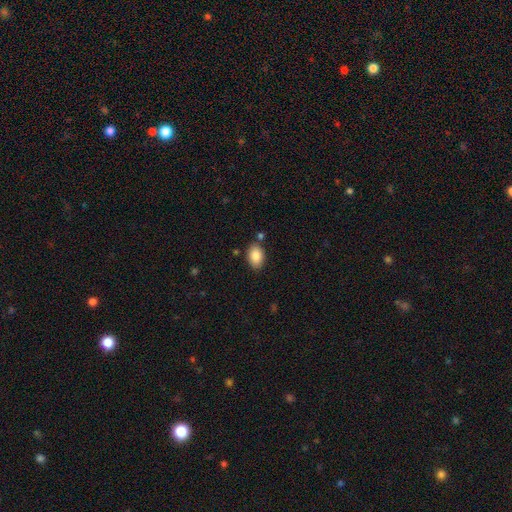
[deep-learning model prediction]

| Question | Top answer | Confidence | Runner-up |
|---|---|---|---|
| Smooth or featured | smooth | 86% | star or artifact (7%) |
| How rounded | in between | 86% | round (13%) |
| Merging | none | 81% | minor disturbance (12%) |